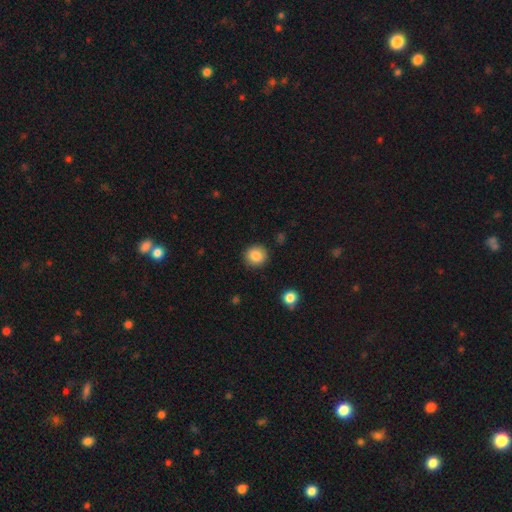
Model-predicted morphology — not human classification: Smooth or featured? Predicted: smooth (p=0.86). How rounded? Predicted: round (p=0.90). Merging? Predicted: none (p=0.90).